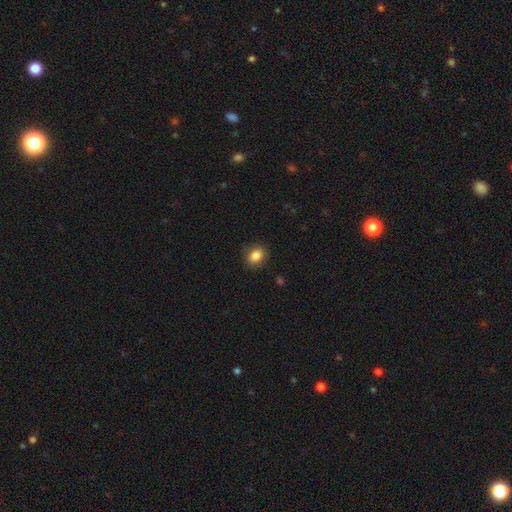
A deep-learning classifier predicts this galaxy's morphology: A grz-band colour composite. It shows a smooth galaxy with no disk features (86%) that is in between round and cigar-shaped (58%). Merging: none (86%).